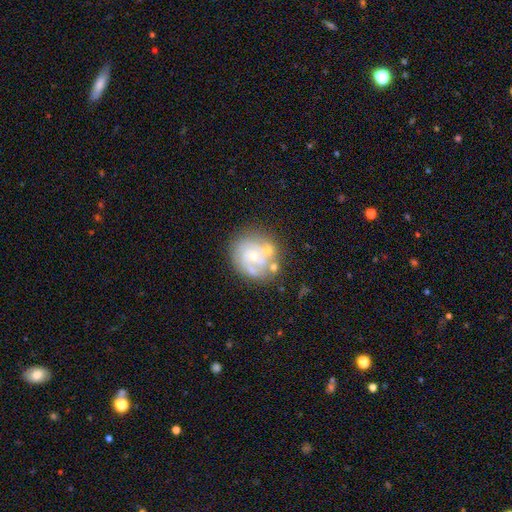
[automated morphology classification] This appears to be a featured or disk galaxy (64%) with no bar (82%), spiral arms (53%) and a small central bulge (63%). Merging: none (58%).